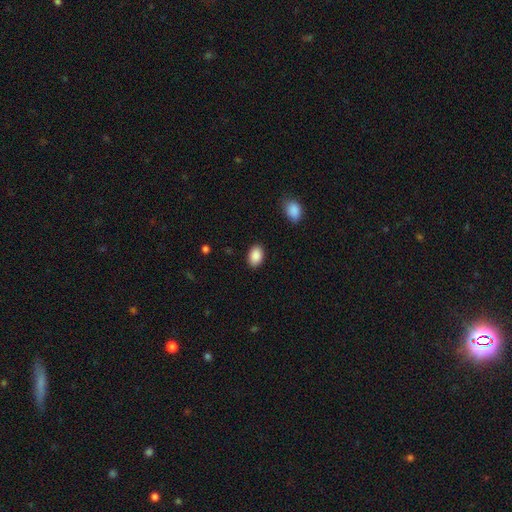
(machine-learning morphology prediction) smooth 90%, star or artifact 7%, featured or disk 3%. Down the decision tree: how rounded — in between (84%); merging — none (88%).